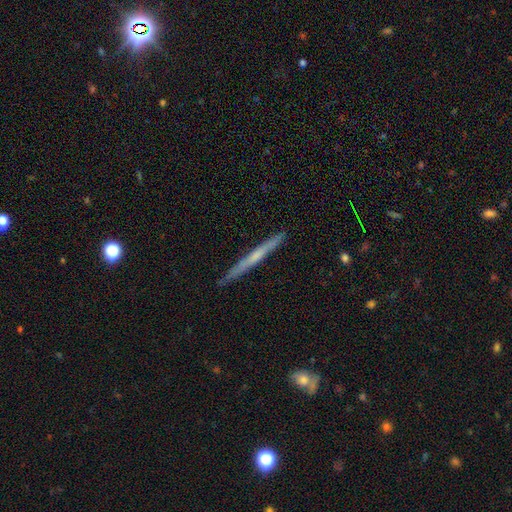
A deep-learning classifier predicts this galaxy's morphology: Smooth or featured? Predicted: featured or disk (p=0.54). Edge-on disk? Predicted: yes (p=0.97). Edge-on bulge? Predicted: none (p=0.71). Merging? Predicted: none (p=0.90).